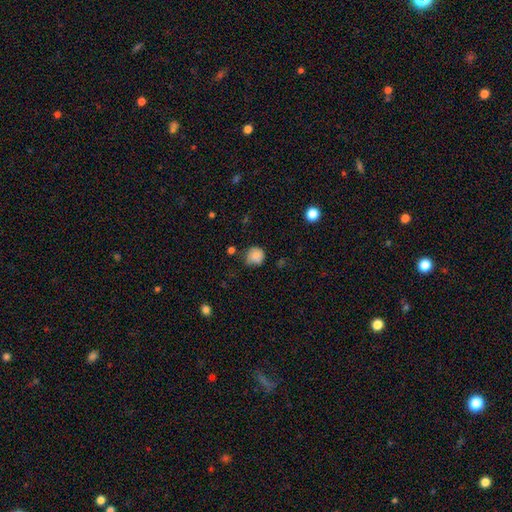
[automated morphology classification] smooth-or-featured: smooth: 81% | featured or disk: 9% | star or artifact: 9%
  how-rounded: round: 85% | in between: 14% | cigar-shaped: 1%
  merging: none: 62% | minor disturbance: 29% | major disturbance: 6% | merger: 3%